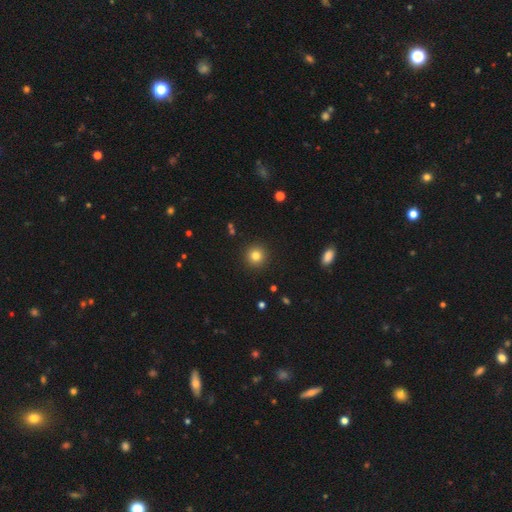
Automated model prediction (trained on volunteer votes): Smooth or featured? smooth (81%)
How rounded? round (95%)
Merging? none (92%)